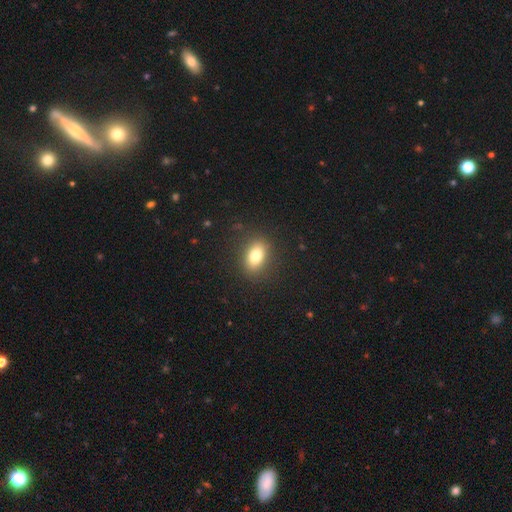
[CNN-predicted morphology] smooth 80%, featured or disk 10%, star or artifact 10%. Down the decision tree: how rounded — in between (77%); merging — none (86%).